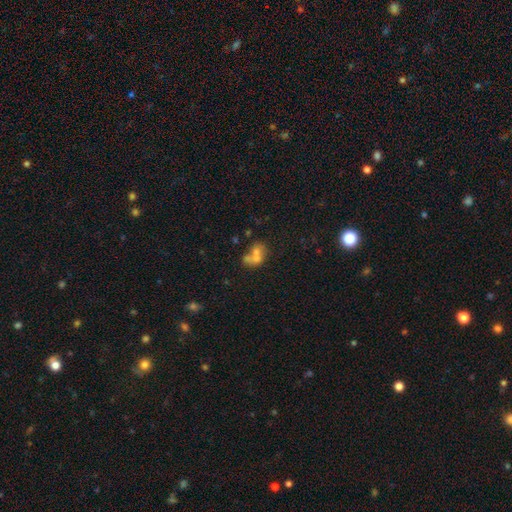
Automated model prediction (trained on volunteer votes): This is possibly a smooth galaxy (59%). How rounded: likely in between (61%). Merging: possibly merger (60%).